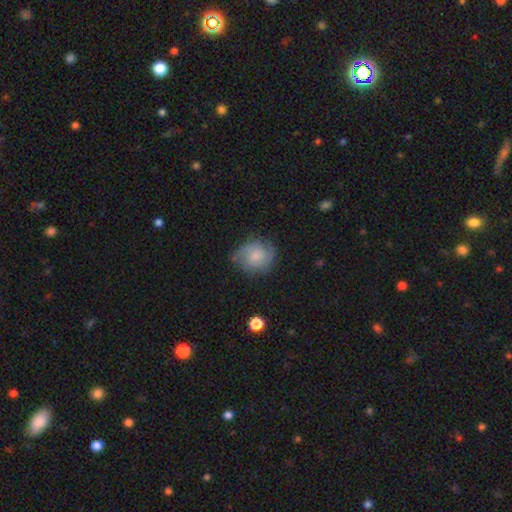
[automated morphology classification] A featured or disk galaxy (52%) with no bar (66%), spiral arms (87%) and a small central bulge (36%).

Vote fractions:
- Smooth or featured? featured or disk: 52% / smooth: 41% / star or artifact: 8%
- Edge-on disk? no: 98% / yes: 2%
- Bar? no: 66% / weak: 30% / strong: 4%
- Spiral arms? yes: 87% / no: 13%
- Bulge size? small: 36% / moderate: 32% / none: 21% / large: 9% / dominant: 2%
- Merging? none: 69% / minor disturbance: 21% / major disturbance: 8% / merger: 2%